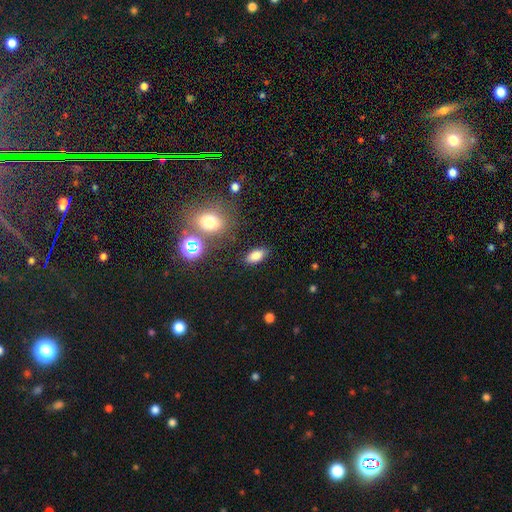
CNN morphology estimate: smooth_or_featured: smooth (p=0.81) [alt: star or artifact p=0.12]
how_rounded: in between (p=0.87) [alt: cigar-shaped p=0.07]
merging: none (p=0.85) [alt: minor disturbance p=0.10]